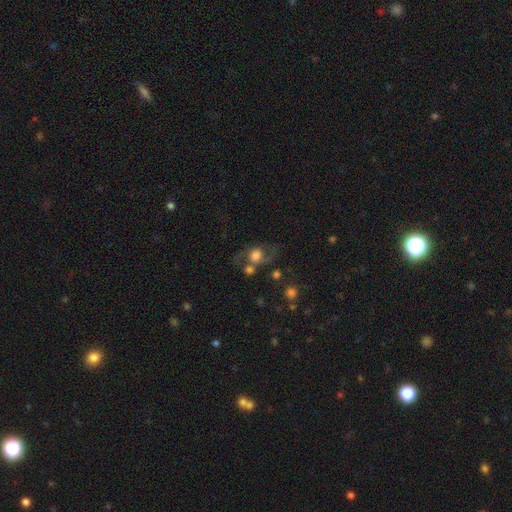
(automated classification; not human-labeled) smooth-or-featured: featured or disk: 51% | smooth: 38% | star or artifact: 12%
  disk-edge-on: no: 92% | yes: 8%
  merging: none: 46% | merger: 24% | minor disturbance: 16% | major disturbance: 15%